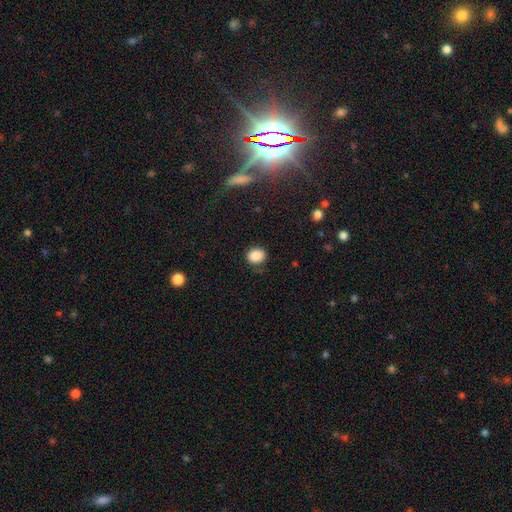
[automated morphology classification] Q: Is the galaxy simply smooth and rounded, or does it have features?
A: smooth — 87%.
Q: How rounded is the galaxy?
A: round — 62%.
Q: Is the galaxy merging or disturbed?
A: none — 80%.